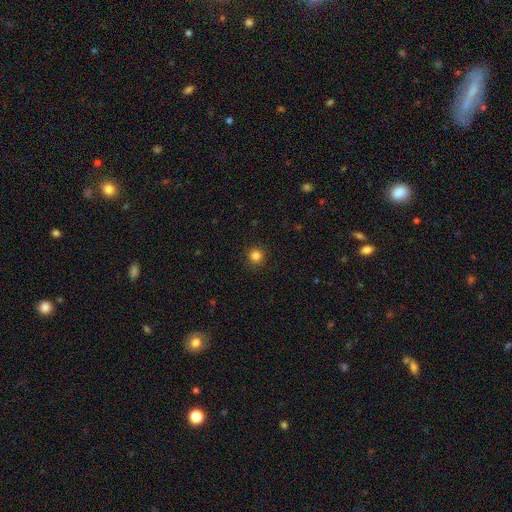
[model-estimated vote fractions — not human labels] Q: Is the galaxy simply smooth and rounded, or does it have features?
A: smooth — 84%.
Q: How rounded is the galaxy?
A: round — 95%.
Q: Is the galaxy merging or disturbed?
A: none — 90%.